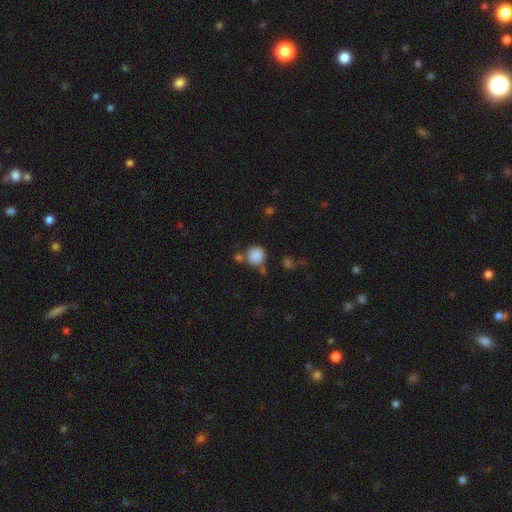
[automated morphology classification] A smooth galaxy with no disk features (86%) that is round (88%).

Vote fractions:
- Smooth or featured? smooth: 86% / star or artifact: 10% / featured or disk: 4%
- How rounded? round: 88% / in between: 11% / cigar-shaped: 1%
- Merging? none: 65% / merger: 15% / minor disturbance: 14% / major disturbance: 5%